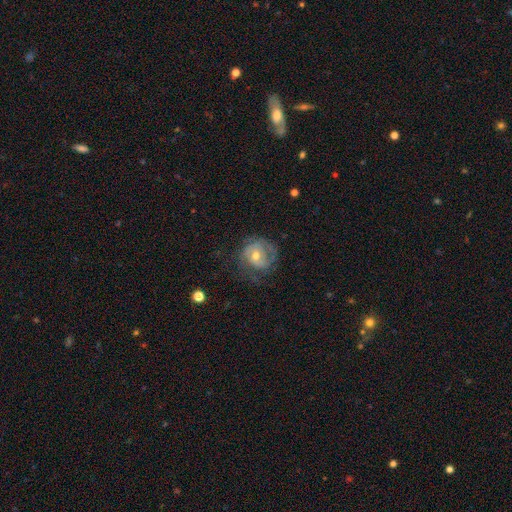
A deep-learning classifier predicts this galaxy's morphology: A featured or disk galaxy (63%) with no bar (68%), spiral arms (76%) and a moderate central bulge (62%). Merging: none (54%).